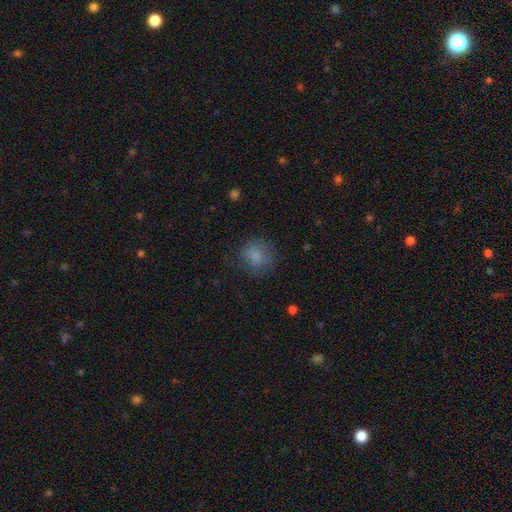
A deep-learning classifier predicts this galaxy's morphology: Smooth or featured?
  - smooth: 80% *
  - featured or disk: 10%
  - star or artifact: 10%
How rounded?
  - round: 84% *
  - in between: 15%
  - cigar-shaped: 1%
Merging?
  - none: 73% *
  - minor disturbance: 17%
  - major disturbance: 8%
  - merger: 1%